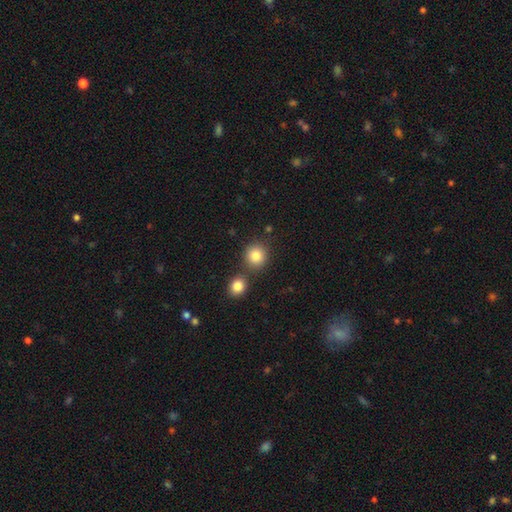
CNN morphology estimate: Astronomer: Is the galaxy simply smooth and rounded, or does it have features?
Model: smooth — 84%.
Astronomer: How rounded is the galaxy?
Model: round — 89%.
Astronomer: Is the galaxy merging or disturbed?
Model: none — 70%.